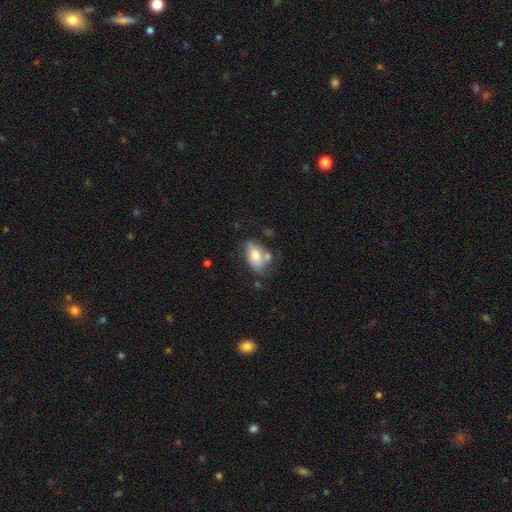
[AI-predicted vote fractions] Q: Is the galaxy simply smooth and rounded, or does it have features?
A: smooth — 68%.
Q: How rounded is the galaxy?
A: in between — 86%.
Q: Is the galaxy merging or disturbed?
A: none — 47%.